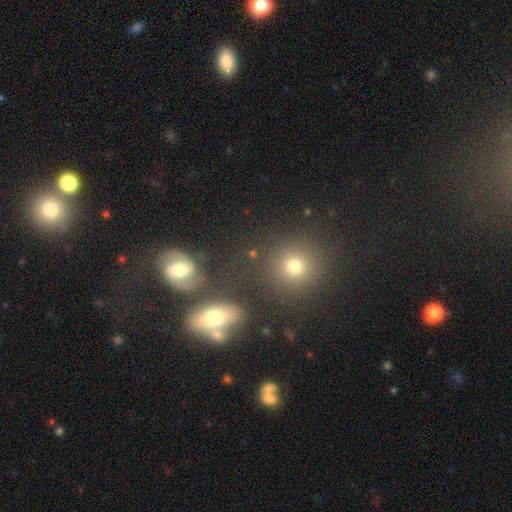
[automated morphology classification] smooth_or_featured: smooth (p=0.58) [alt: featured or disk p=0.21]
how_rounded: round (p=0.72) [alt: in between p=0.25]
merging: none (p=0.68) [alt: merger p=0.15]